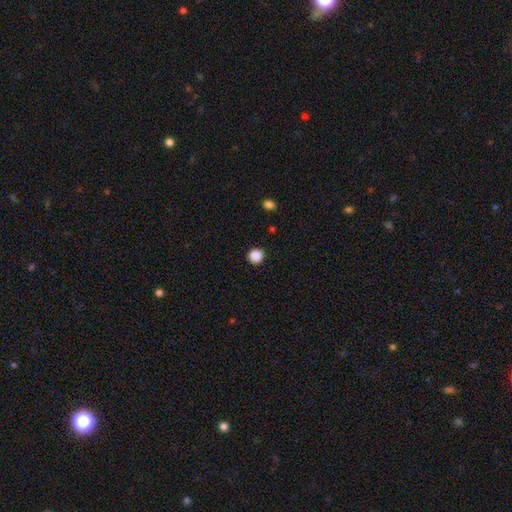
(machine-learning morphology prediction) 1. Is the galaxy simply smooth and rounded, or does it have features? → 87% smooth, 10% star or artifact, 2% featured or disk.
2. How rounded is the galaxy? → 94% round, 5% in between, 1% cigar-shaped.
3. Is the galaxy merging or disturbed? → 92% none, 5% minor disturbance, 2% major disturbance, 1% merger.